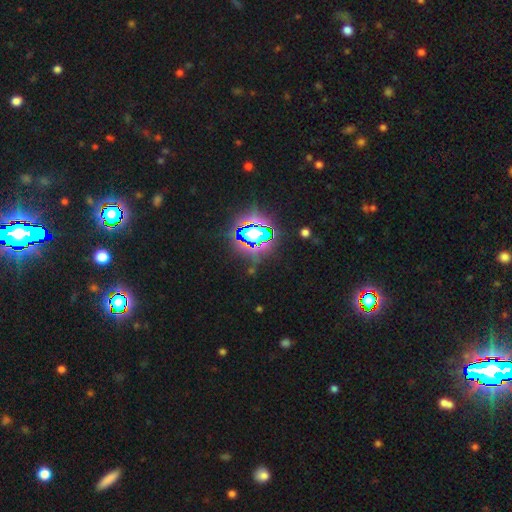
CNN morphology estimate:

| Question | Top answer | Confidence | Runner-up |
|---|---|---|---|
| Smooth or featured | star or artifact | 81% | smooth (11%) |